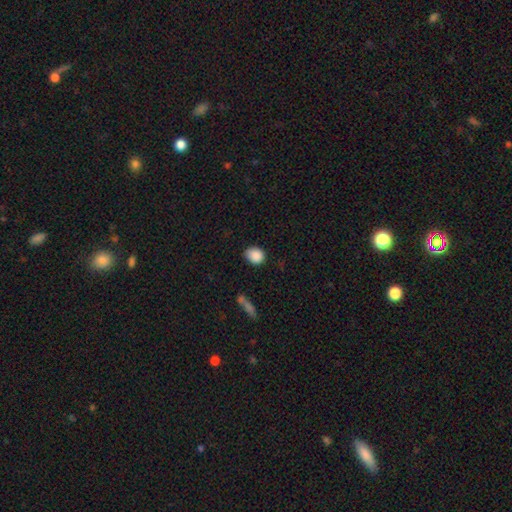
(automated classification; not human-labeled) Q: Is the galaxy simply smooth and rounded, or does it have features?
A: smooth — 88%.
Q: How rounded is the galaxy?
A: round — 58%.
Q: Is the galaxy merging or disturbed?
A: none — 76%.